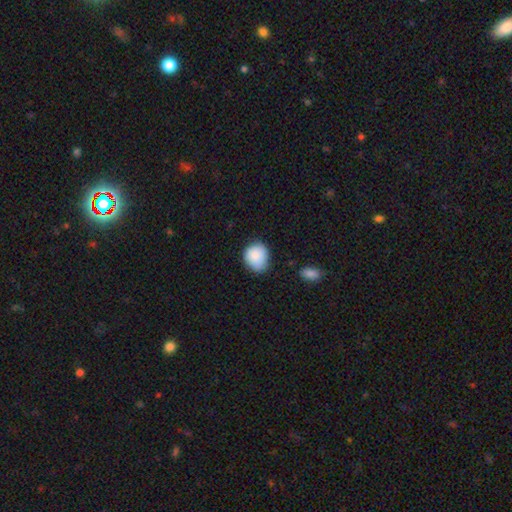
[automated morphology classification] The model was most divided on "merging": none: 64%, minor disturbance: 28%, major disturbance: 5%, merger: 3%. More confident: smooth or featured — smooth (86%); how rounded — round (71%).